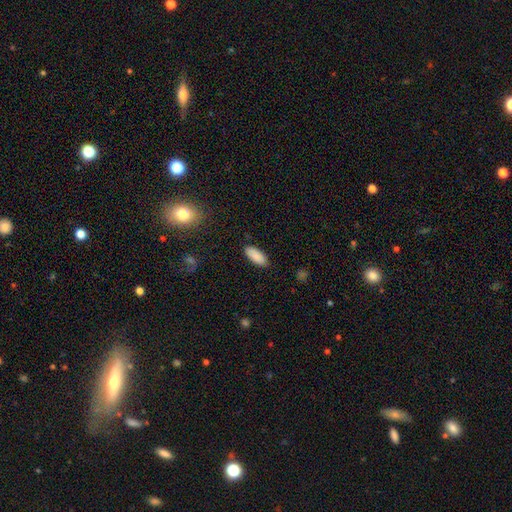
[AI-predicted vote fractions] smooth 89%, star or artifact 7%, featured or disk 5%. Down the decision tree: how rounded — in between (83%); merging — none (87%).